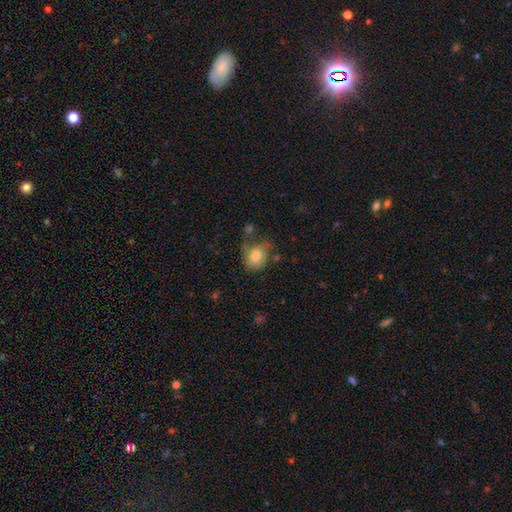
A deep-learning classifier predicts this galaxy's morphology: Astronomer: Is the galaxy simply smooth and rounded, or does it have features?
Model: smooth — 75%.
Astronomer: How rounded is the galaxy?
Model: in between — 52% (runner-up: round, 47%).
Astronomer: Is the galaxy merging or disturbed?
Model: none — 44% (runner-up: minor disturbance, 30%).